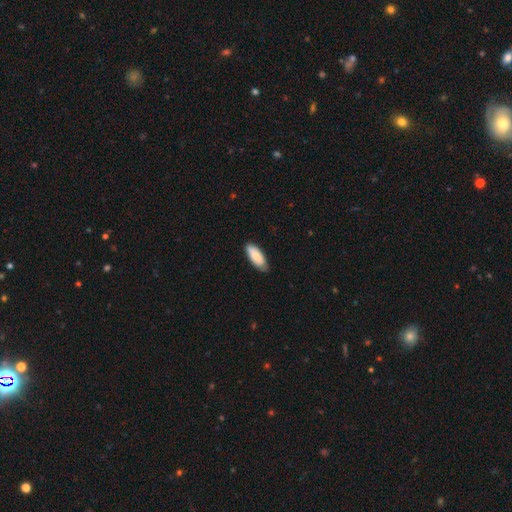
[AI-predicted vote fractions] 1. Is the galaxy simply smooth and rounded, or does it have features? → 85% smooth, 9% featured or disk, 5% star or artifact.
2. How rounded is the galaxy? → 79% in between, 19% cigar-shaped, 2% round.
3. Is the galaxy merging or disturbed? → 76% none, 20% minor disturbance, 3% major disturbance, 1% merger.